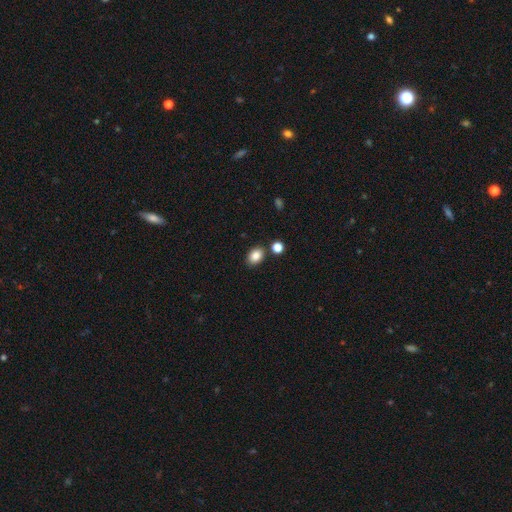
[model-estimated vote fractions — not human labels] A smooth galaxy with no disk features (85%) that is in between round and cigar-shaped (71%). Merging: none (81%).